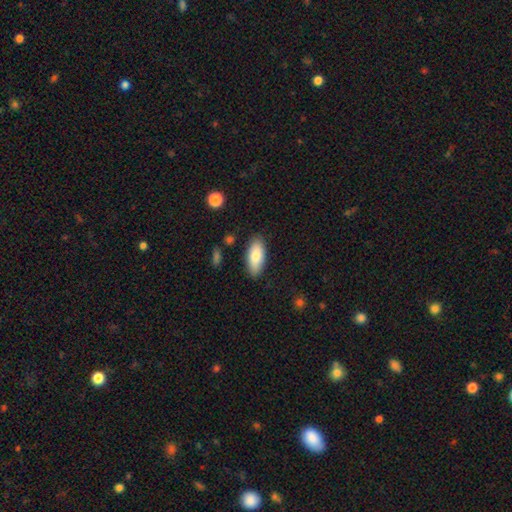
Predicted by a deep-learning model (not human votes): smooth-or-featured: smooth: 81% | featured or disk: 13% | star or artifact: 6%
  how-rounded: in between: 87% | cigar-shaped: 11% | round: 2%
  merging: none: 85% | minor disturbance: 11% | major disturbance: 2% | merger: 2%